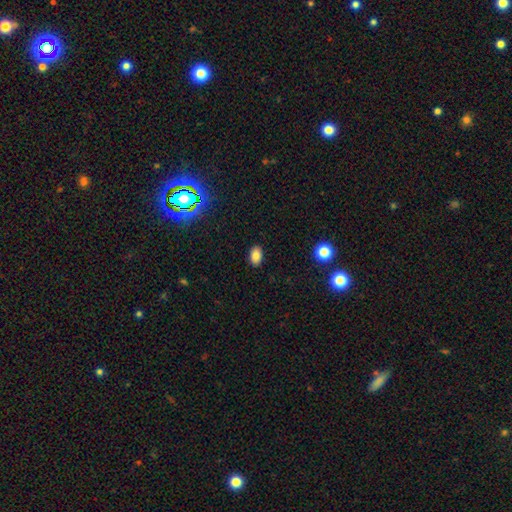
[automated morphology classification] A smooth galaxy with no disk features (82%) that is in between round and cigar-shaped (88%).

Vote fractions:
- Smooth or featured? smooth: 82% / star or artifact: 11% / featured or disk: 6%
- How rounded? in between: 88% / round: 11% / cigar-shaped: 1%
- Merging? none: 89% / minor disturbance: 8% / major disturbance: 2% / merger: 1%